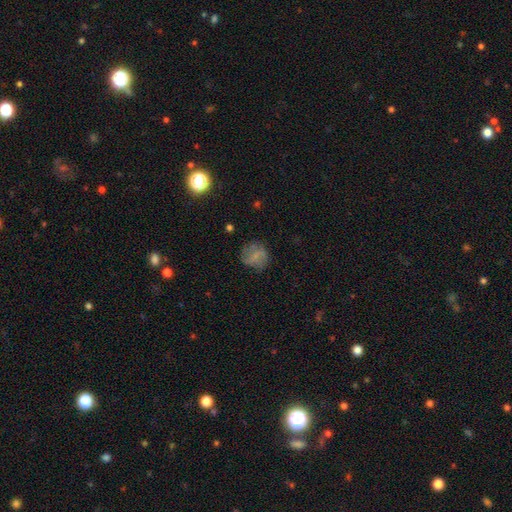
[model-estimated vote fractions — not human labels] smooth 61%, featured or disk 29%, star or artifact 10%. Down the decision tree: how rounded — round (82%); merging — none (69%).